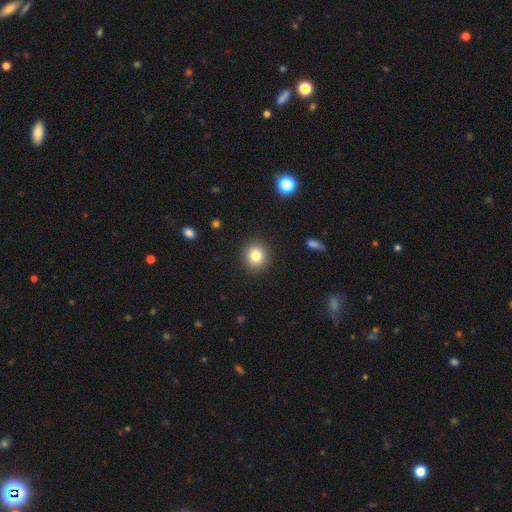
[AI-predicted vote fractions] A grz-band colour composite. It shows a smooth galaxy with no disk features (81%) that is round (81%). Merging: none (90%).